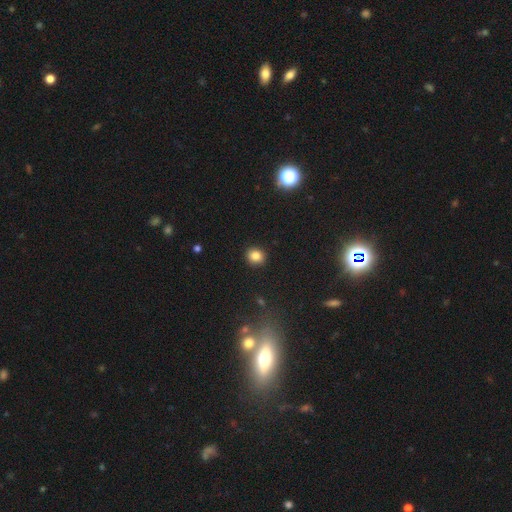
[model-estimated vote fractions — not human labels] The model was most divided on "how rounded": round: 81%, in between: 18%, cigar-shaped: 1%. More confident: merging — none (91%); smooth or featured — smooth (83%).